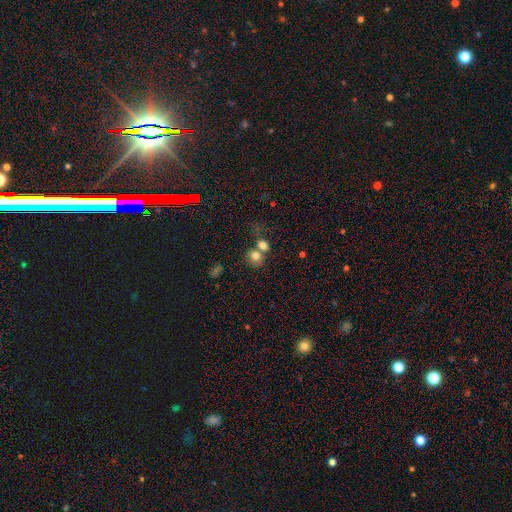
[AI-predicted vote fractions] A smooth galaxy with no disk features (77%) that is round (72%). Merging: merger (43%).